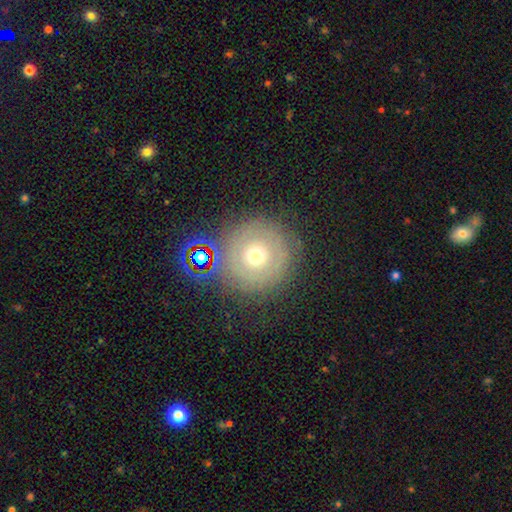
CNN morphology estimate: Smooth or featured? smooth (47%)
Merging? none (76%)